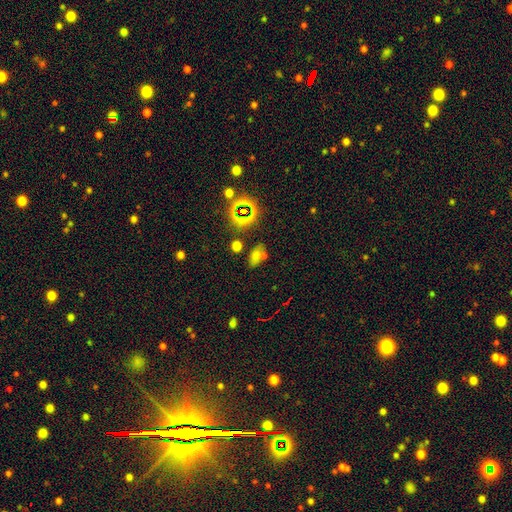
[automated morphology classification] smooth_or_featured: smooth (p=0.60) [alt: star or artifact p=0.29]
how_rounded: in between (p=0.82) [alt: round p=0.13]
merging: none (p=0.60) [alt: minor disturbance p=0.17]